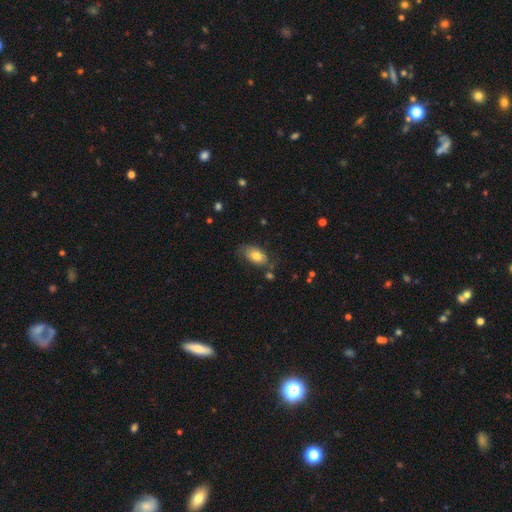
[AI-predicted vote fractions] This appears to be a smooth galaxy with no disk features (70%) that is in between round and cigar-shaped (91%). Merging: none (61%).